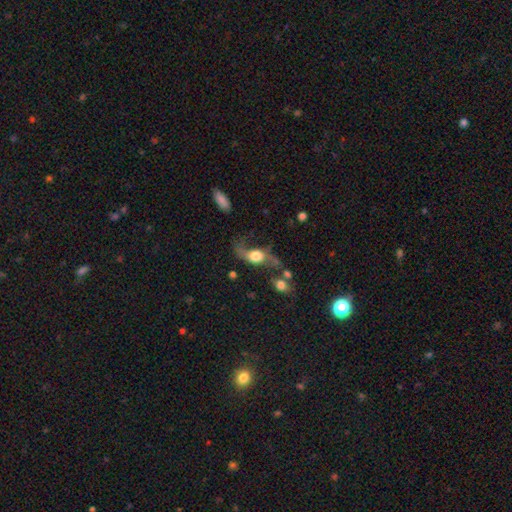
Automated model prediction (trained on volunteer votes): Smooth or featured?
  - featured or disk: 52% *
  - smooth: 39%
  - star or artifact: 9%
Edge-on disk?
  - no: 85% *
  - yes: 15%
Merging?
  - none: 36% *
  - major disturbance: 32%
  - minor disturbance: 20%
  - merger: 12%